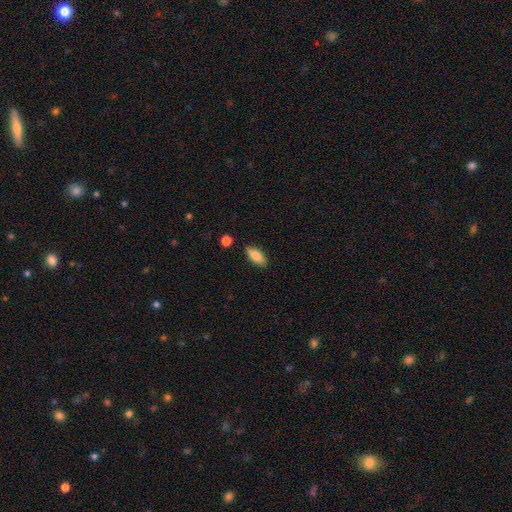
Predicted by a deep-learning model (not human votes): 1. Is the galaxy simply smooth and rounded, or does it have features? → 80% smooth, 13% featured or disk, 7% star or artifact.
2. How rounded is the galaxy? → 86% in between, 11% cigar-shaped, 3% round.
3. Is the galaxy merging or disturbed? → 87% none, 9% minor disturbance, 2% merger, 2% major disturbance.